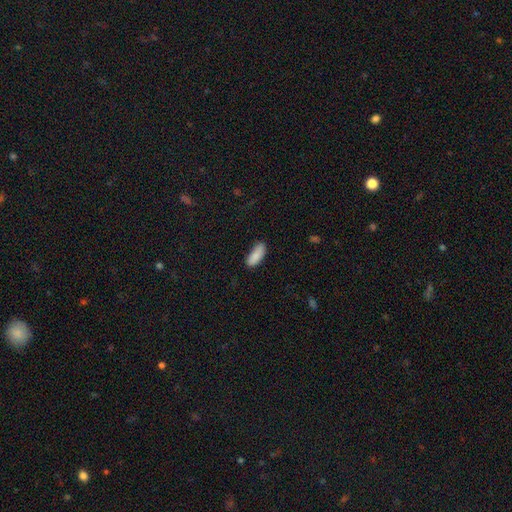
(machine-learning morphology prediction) type=smooth (87%); roundness=in between (77%); merging=none (75%).